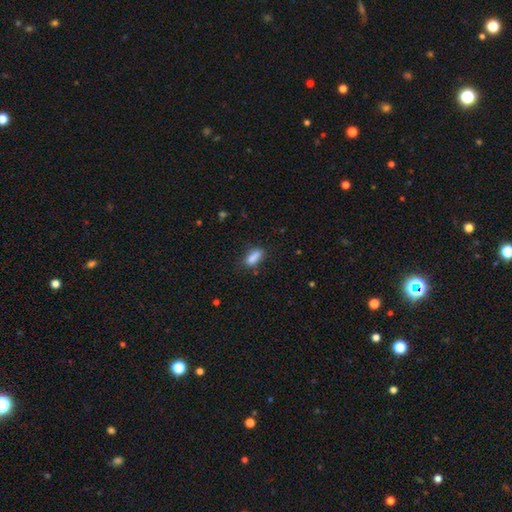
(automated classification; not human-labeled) smooth_or_featured: smooth (p=0.84) [alt: star or artifact p=0.09]
how_rounded: in between (p=0.69) [alt: cigar-shaped p=0.27]
merging: none (p=0.69) [alt: minor disturbance p=0.20]